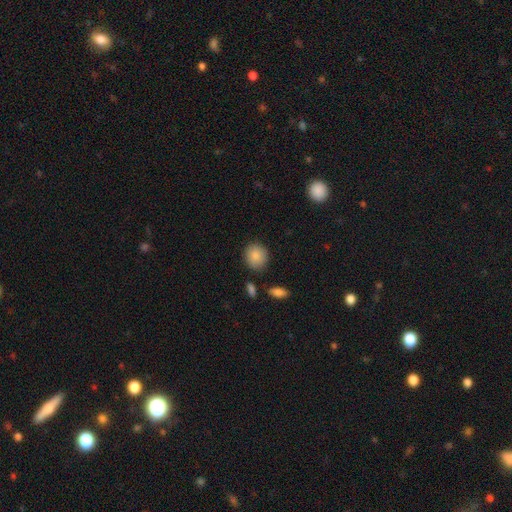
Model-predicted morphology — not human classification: A smooth galaxy with no disk features (86%) that is round (78%). Merging: none (85%).